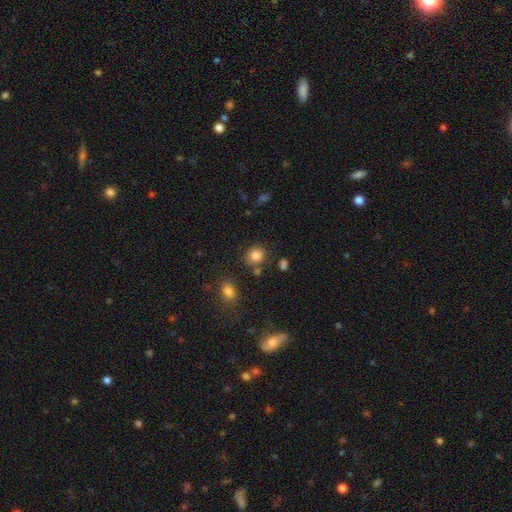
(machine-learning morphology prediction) Smooth or featured: smooth — 84% (star or artifact — 11%)
How rounded: round — 69% (in between — 30%)
Merging: none — 77% (minor disturbance — 12%)